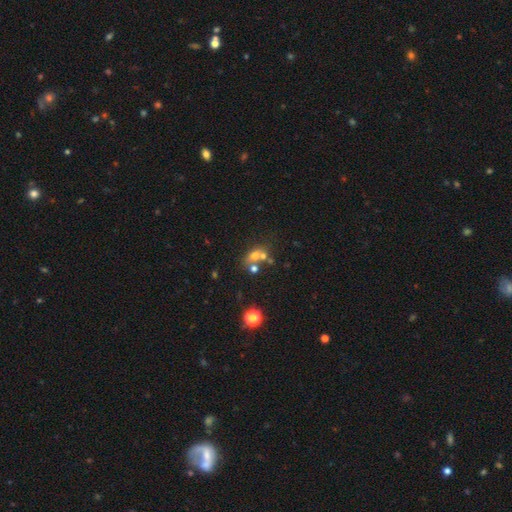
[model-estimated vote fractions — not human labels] smooth_or_featured: smooth (p=0.54) [alt: featured or disk p=0.25]
how_rounded: round (p=0.55) [alt: in between p=0.43]
merging: merger (p=0.48) [alt: none p=0.35]